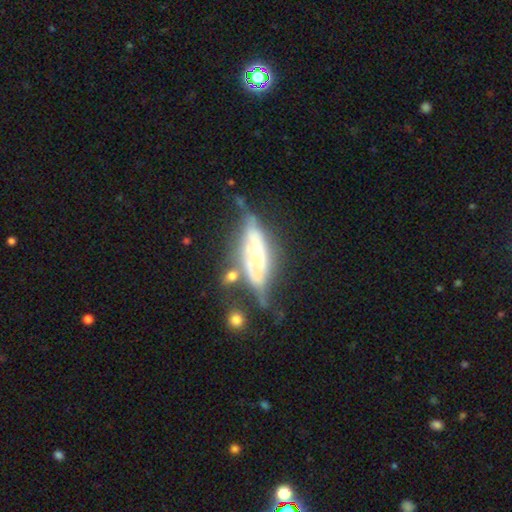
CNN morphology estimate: featured or disk 67%, smooth 25%, star or artifact 8%. Down the decision tree: edge-on disk — yes (62%); merging — none (40%).